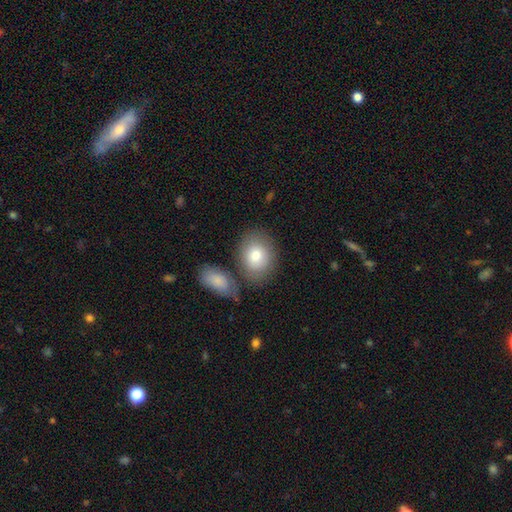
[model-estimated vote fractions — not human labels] This appears to be a smooth galaxy with no disk features (81%) that is in between round and cigar-shaped (62%). Merging: none (67%).